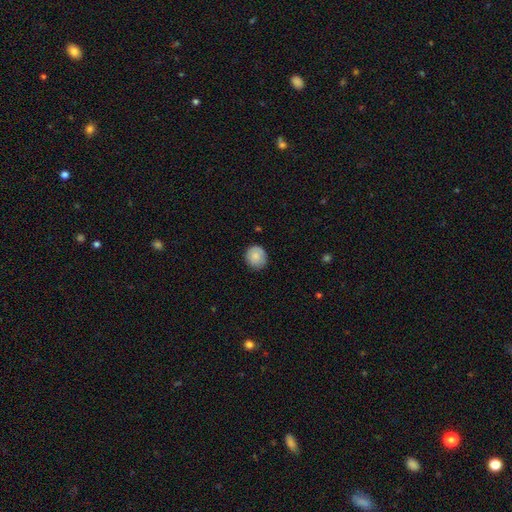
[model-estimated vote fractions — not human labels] smooth-or-featured: smooth: 82% | featured or disk: 11% | star or artifact: 7%
  how-rounded: round: 82% | in between: 17% | cigar-shaped: 1%
  merging: none: 82% | minor disturbance: 14% | major disturbance: 3% | merger: 1%